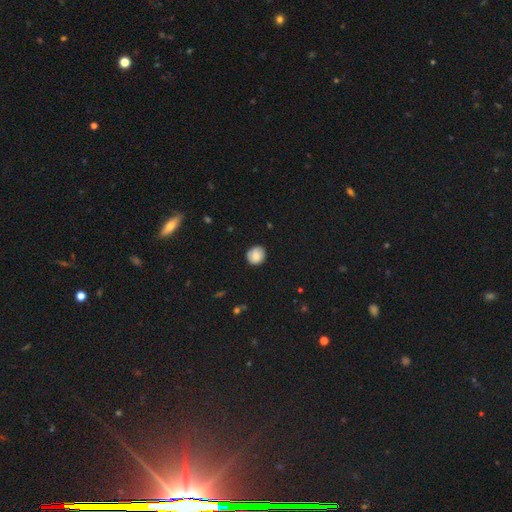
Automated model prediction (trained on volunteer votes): smooth-or-featured: smooth: 80% | featured or disk: 12% | star or artifact: 8%
  how-rounded: round: 83% | in between: 16% | cigar-shaped: 1%
  merging: none: 82% | minor disturbance: 14% | major disturbance: 3% | merger: 1%